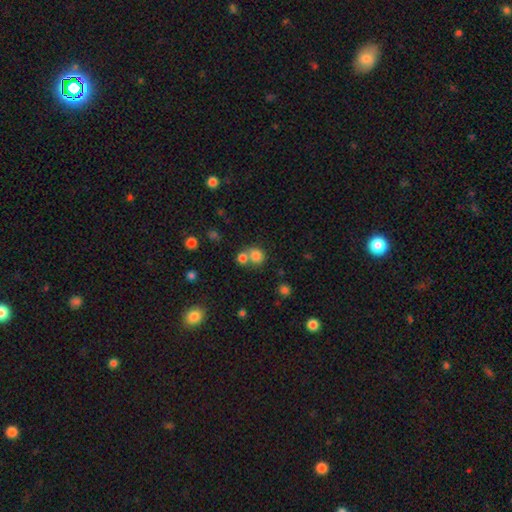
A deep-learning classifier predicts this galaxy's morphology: type=smooth (78%); roundness=round (83%); merging=none (46%).